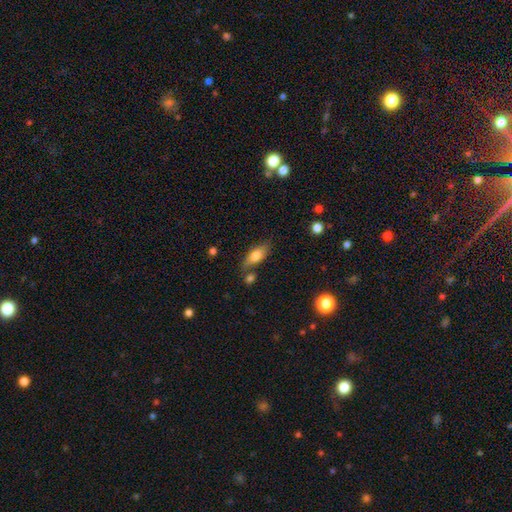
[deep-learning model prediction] smooth_or_featured: smooth (p=0.72) [alt: featured or disk p=0.21]
how_rounded: in between (p=0.77) [alt: cigar-shaped p=0.20]
merging: none (p=0.68) [alt: minor disturbance p=0.16]